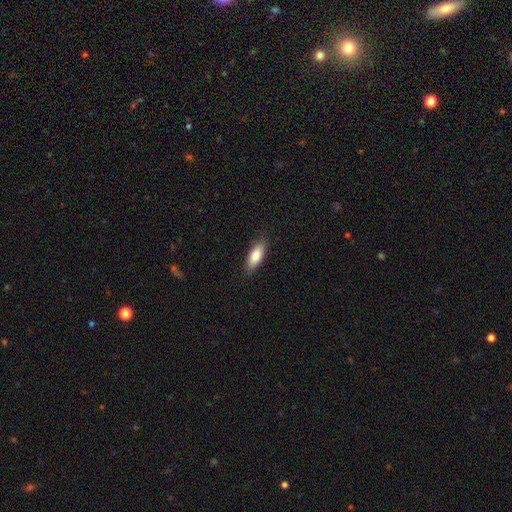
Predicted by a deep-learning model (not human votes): Smooth or featured?
  - smooth: 79% *
  - featured or disk: 14%
  - star or artifact: 6%
How rounded?
  - in between: 70% *
  - cigar-shaped: 27%
  - round: 2%
Merging?
  - none: 86% *
  - minor disturbance: 11%
  - major disturbance: 2%
  - merger: 1%